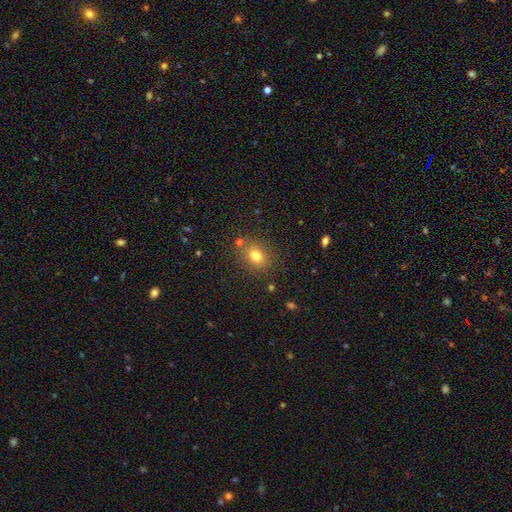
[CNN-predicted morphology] Smooth or featured? smooth (77%)
How rounded? in between (55%)
Merging? none (79%)